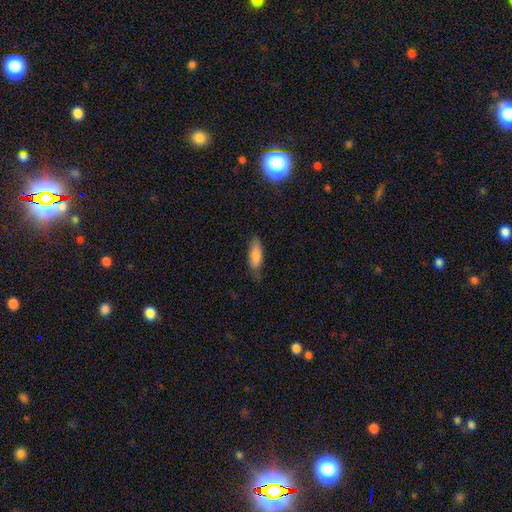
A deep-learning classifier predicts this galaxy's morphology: smooth_or_featured: smooth (p=0.84) [alt: featured or disk p=0.10]
how_rounded: in between (p=0.69) [alt: cigar-shaped p=0.30]
merging: none (p=0.68) [alt: minor disturbance p=0.25]